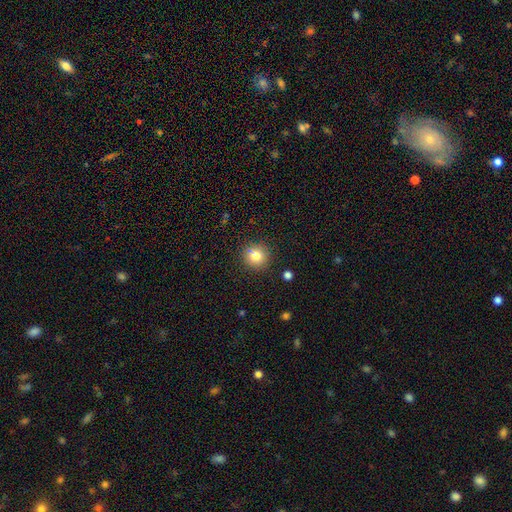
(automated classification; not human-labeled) smooth-or-featured: smooth: 81% | star or artifact: 12% | featured or disk: 7%
  how-rounded: round: 89% | in between: 10% | cigar-shaped: 1%
  merging: none: 85% | minor disturbance: 9% | merger: 3% | major disturbance: 2%